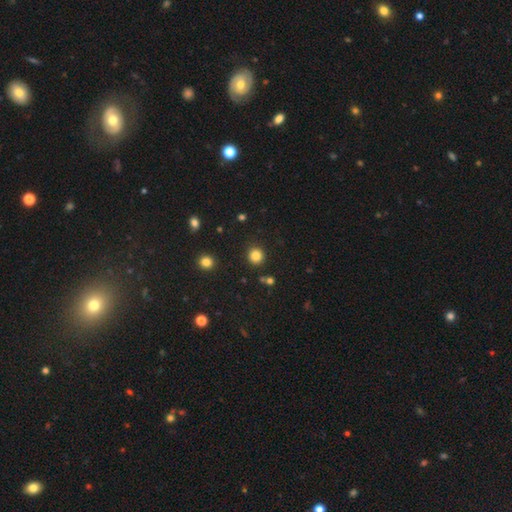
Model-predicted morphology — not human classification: Smooth or featured: smooth — 84% (star or artifact — 12%)
How rounded: round — 92% (in between — 7%)
Merging: none — 89% (minor disturbance — 6%)